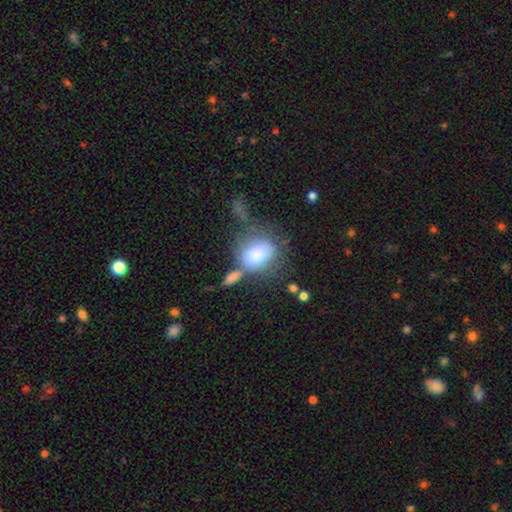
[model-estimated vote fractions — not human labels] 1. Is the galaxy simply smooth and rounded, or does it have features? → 78% smooth, 14% featured or disk, 8% star or artifact.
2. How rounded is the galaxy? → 58% in between, 40% round, 2% cigar-shaped.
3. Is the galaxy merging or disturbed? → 32% none, 30% merger, 19% minor disturbance, 19% major disturbance.